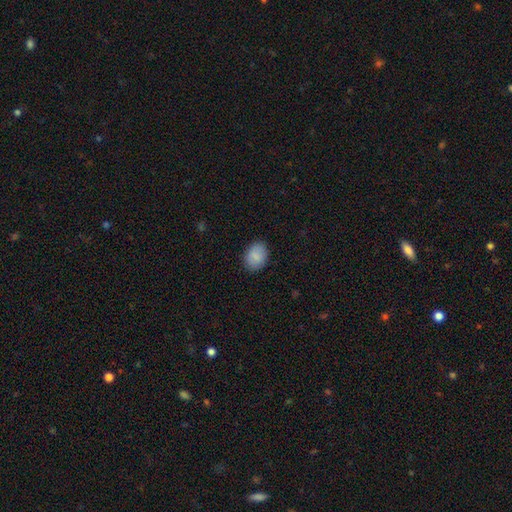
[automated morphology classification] smooth 86%, star or artifact 7%, featured or disk 7%. Down the decision tree: how rounded — in between (68%); merging — none (85%).